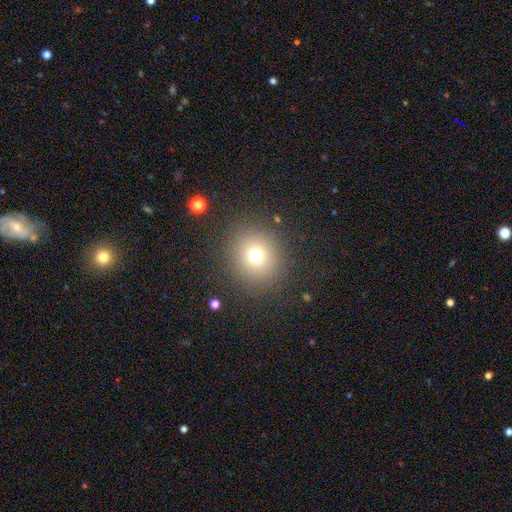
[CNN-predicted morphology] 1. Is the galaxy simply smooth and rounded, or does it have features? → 71% smooth, 18% star or artifact, 11% featured or disk.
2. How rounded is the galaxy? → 88% round, 11% in between, 1% cigar-shaped.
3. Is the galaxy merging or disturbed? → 87% none, 7% minor disturbance, 5% major disturbance, 1% merger.